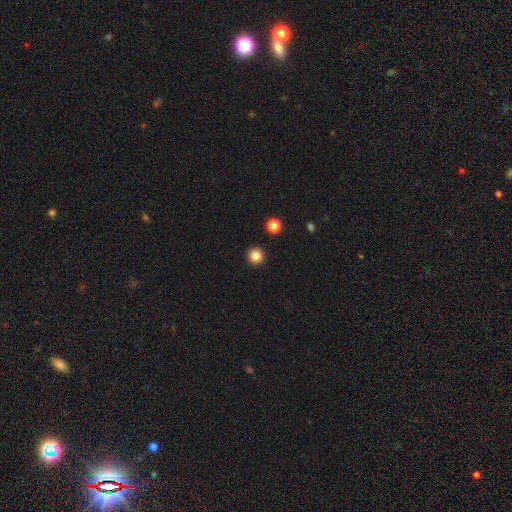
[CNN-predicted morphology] smooth_or_featured: smooth (p=0.85) [alt: star or artifact p=0.11]
how_rounded: round (p=0.96) [alt: in between p=0.03]
merging: none (p=0.94) [alt: minor disturbance p=0.04]